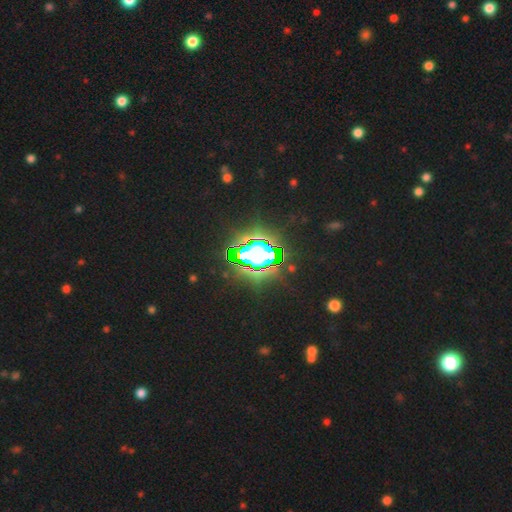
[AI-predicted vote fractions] Overall: star or artifact (85%).